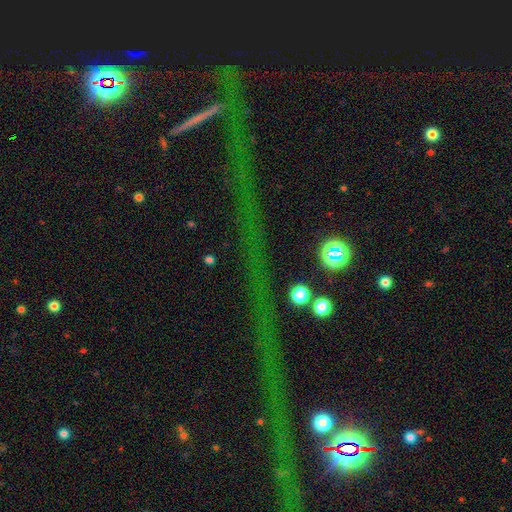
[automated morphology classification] star or artifact 67%, featured or disk 17%, smooth 16%.